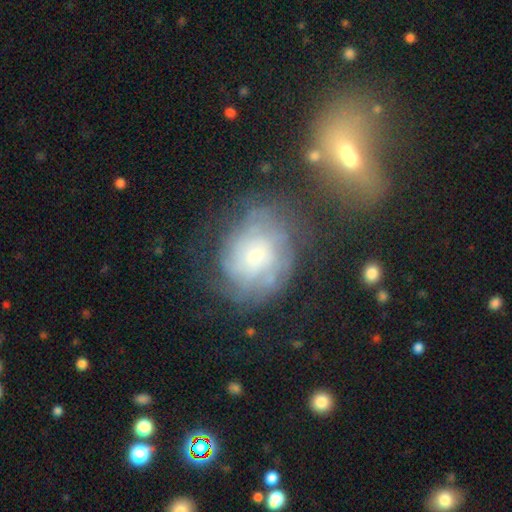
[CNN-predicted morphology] Q: Smooth or featured?
A: featured or disk (62%); runner-up: smooth (28%)
Q: Edge-on disk?
A: no (97%); runner-up: yes (3%)
Q: Bar?
A: no (82%); runner-up: weak (15%)
Q: Spiral arms?
A: yes (74%); runner-up: no (26%)
Q: Bulge size?
A: small (73%); runner-up: moderate (21%)
Q: Merging?
A: none (58%); runner-up: minor disturbance (20%)